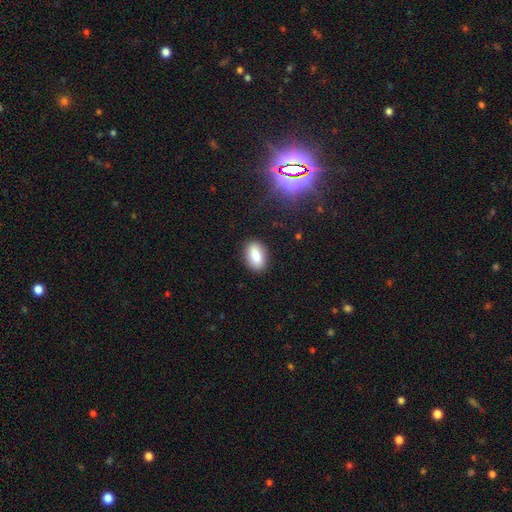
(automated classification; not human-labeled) Smooth or featured?
  - smooth: 81% *
  - featured or disk: 11%
  - star or artifact: 8%
How rounded?
  - in between: 87% *
  - round: 8%
  - cigar-shaped: 6%
Merging?
  - none: 85% *
  - minor disturbance: 10%
  - major disturbance: 3%
  - merger: 2%